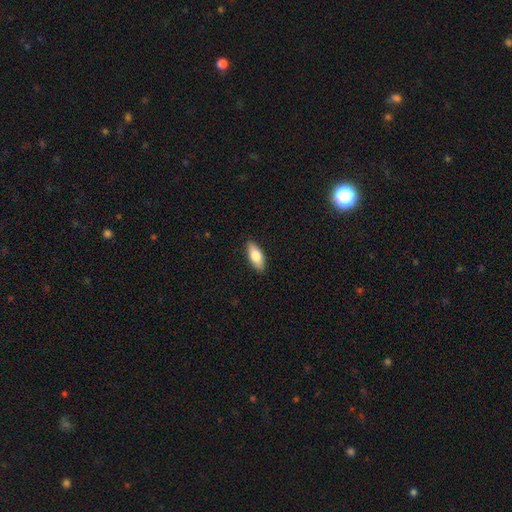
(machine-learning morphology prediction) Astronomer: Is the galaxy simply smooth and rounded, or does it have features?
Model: smooth — 77%.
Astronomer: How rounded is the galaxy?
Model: in between — 79%.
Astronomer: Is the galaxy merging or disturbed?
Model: none — 88%.